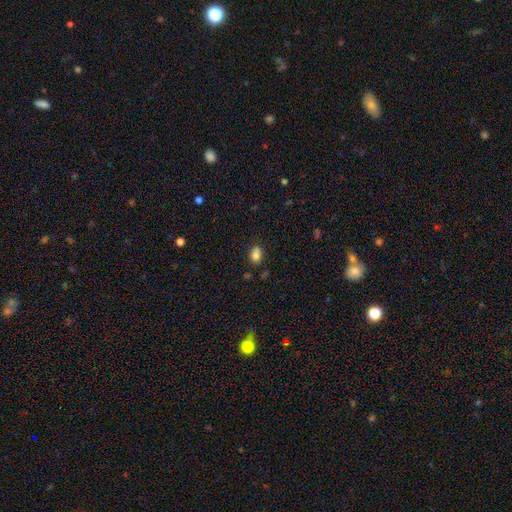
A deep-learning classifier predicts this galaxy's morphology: Smooth or featured: smooth — 78% (star or artifact — 12%)
How rounded: in between — 58% (round — 40%)
Merging: none — 50% (merger — 26%)